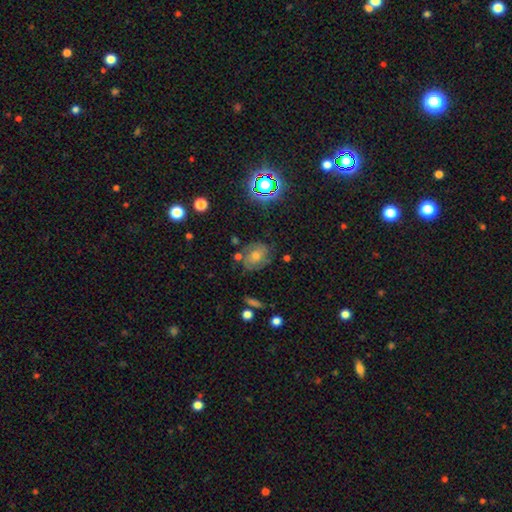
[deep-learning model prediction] Overall: featured or disk (41%; smooth 33%). Merging: none (70%).